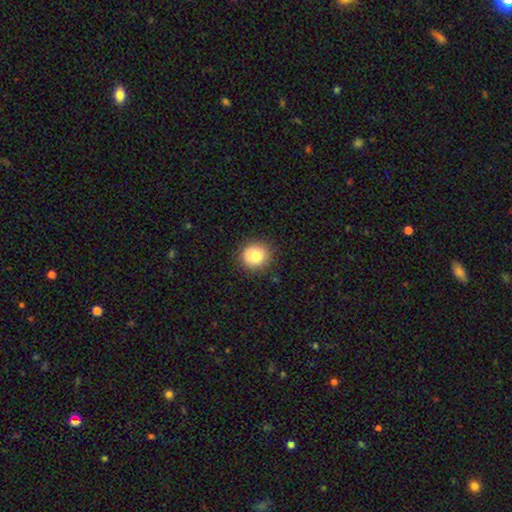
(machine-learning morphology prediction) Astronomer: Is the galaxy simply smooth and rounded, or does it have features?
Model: smooth — 82%.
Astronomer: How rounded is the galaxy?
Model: round — 90%.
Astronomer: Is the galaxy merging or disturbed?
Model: none — 88%.